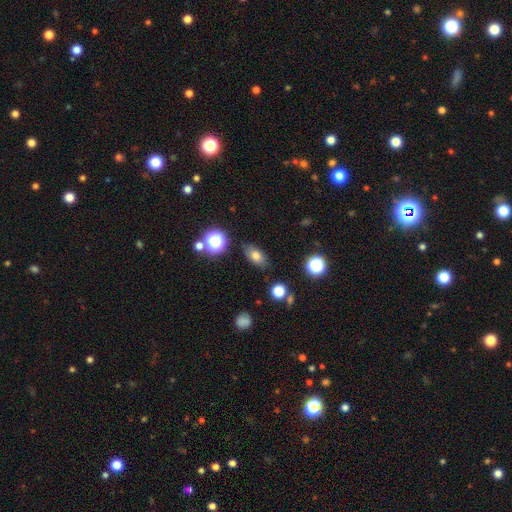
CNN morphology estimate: This is likely a smooth galaxy (74%). How rounded: clearly in between (84%). Merging: clearly none (83%).